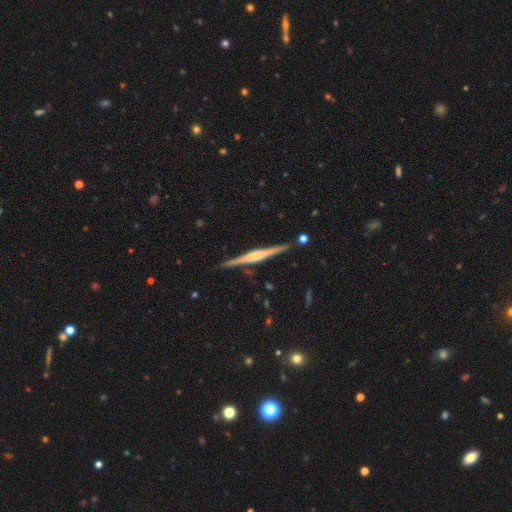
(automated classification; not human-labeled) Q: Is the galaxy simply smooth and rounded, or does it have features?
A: featured or disk — 83%.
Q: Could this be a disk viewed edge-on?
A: yes — 98%.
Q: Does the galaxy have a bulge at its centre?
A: rounded — 64%.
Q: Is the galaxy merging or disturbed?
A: none — 89%.